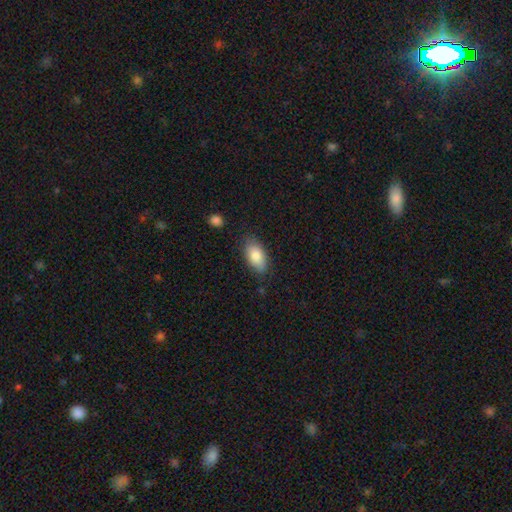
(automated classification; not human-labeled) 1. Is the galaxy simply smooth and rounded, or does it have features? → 83% smooth, 10% featured or disk, 6% star or artifact.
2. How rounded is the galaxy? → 93% in between, 4% round, 3% cigar-shaped.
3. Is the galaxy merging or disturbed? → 79% none, 16% minor disturbance, 3% major disturbance, 2% merger.